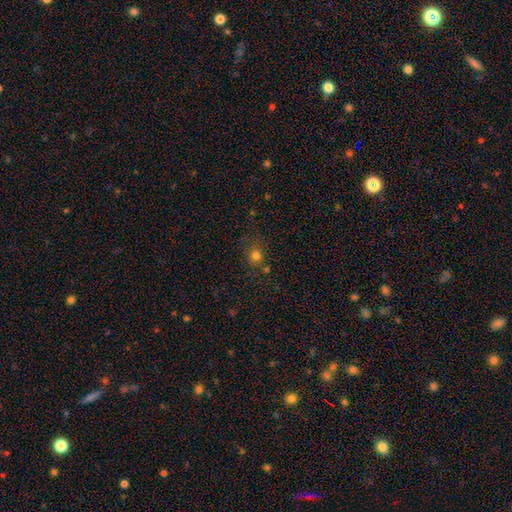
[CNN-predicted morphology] A smooth galaxy with no disk features (75%) that is round (83%).

Vote fractions:
- Smooth or featured? smooth: 75% / star or artifact: 18% / featured or disk: 7%
- How rounded? round: 83% / in between: 16% / cigar-shaped: 1%
- Merging? none: 71% / minor disturbance: 14% / merger: 9% / major disturbance: 6%